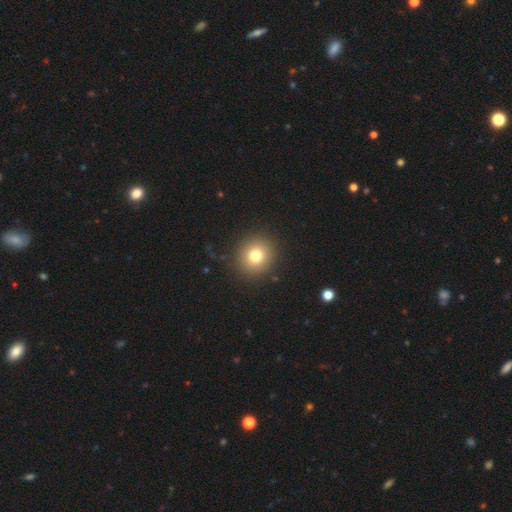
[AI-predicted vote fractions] Morphology: type=smooth (78%); roundness=round (89%); merging=none (90%).